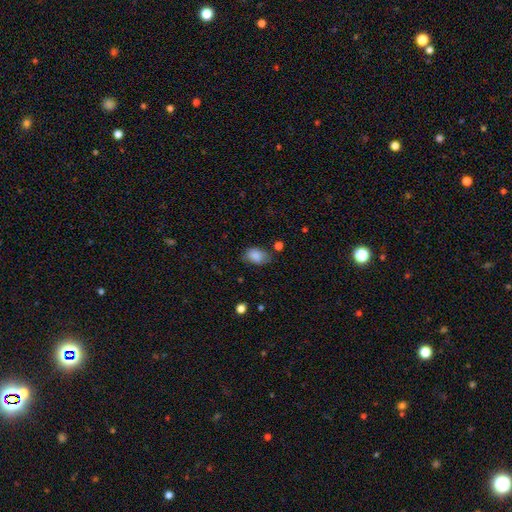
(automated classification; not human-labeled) smooth 84%, star or artifact 8%, featured or disk 8%. Down the decision tree: how rounded — in between (86%); merging — none (63%).